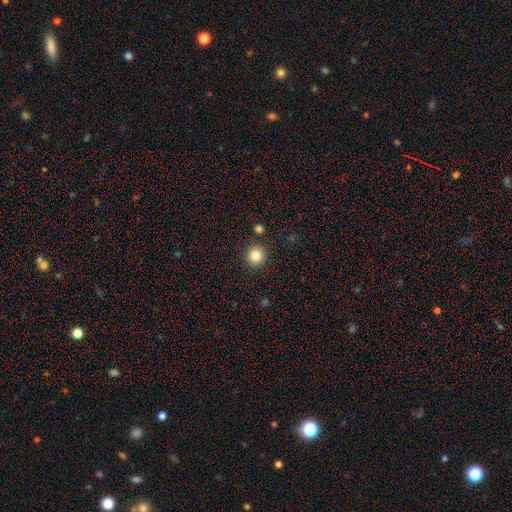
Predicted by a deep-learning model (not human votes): A smooth galaxy with no disk features (83%) that is round (92%). Merging: none (90%).